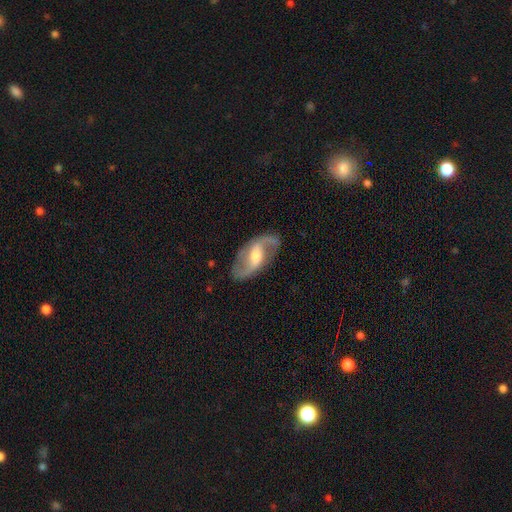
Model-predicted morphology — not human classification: smooth-or-featured: featured or disk: 87% | smooth: 9% | star or artifact: 5%
  disk-edge-on: no: 96% | yes: 4%
    bar: weak: 50% | strong: 25% | no: 25%
    has-spiral-arms: yes: 95% | no: 5%
      spiral-winding: loose: 45% | medium: 44% | tight: 12%
      spiral-arm-count: 2: 93% | can't tell: 3% | 1: 2% | 3: 1% | 4: 1% | more than 4: 1%
    bulge-size: moderate: 60% | small: 21% | large: 14% | none: 4% | dominant: 1%
  merging: none: 82% | minor disturbance: 12% | major disturbance: 4% | merger: 1%